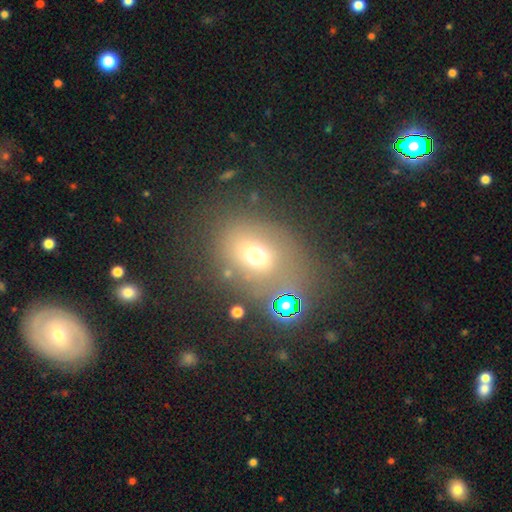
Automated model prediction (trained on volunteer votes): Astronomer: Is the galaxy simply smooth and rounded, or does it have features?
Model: smooth — 65%.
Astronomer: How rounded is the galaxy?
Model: round — 58% (runner-up: in between, 40%).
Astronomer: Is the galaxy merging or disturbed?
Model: none — 64%.